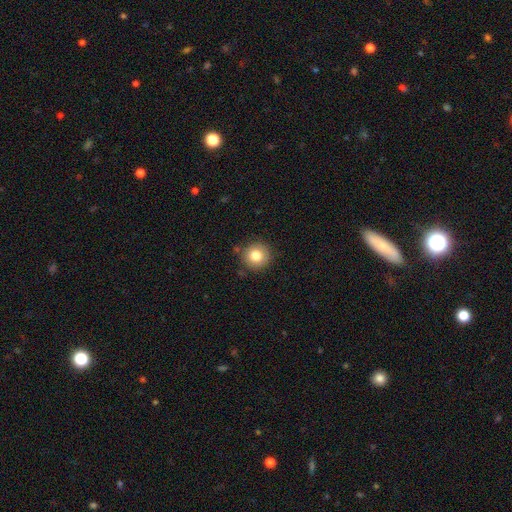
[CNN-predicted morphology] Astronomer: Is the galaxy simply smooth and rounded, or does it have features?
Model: smooth — 81%.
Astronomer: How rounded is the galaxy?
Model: round — 94%.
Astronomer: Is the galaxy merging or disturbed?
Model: none — 87%.